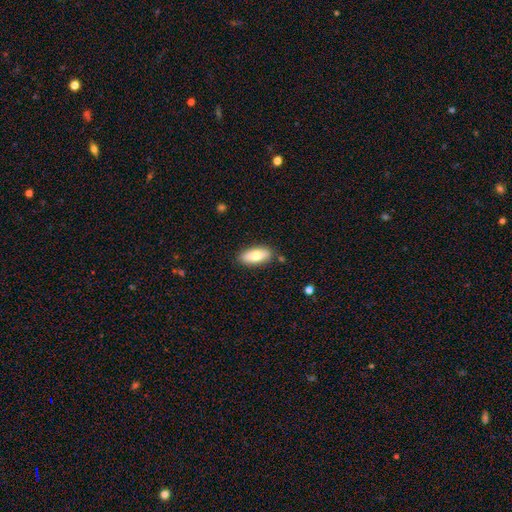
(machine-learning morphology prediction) The model was most divided on "smooth or featured": smooth: 74%, featured or disk: 19%, star or artifact: 6%. More confident: merging — none (86%); how rounded — in between (83%).